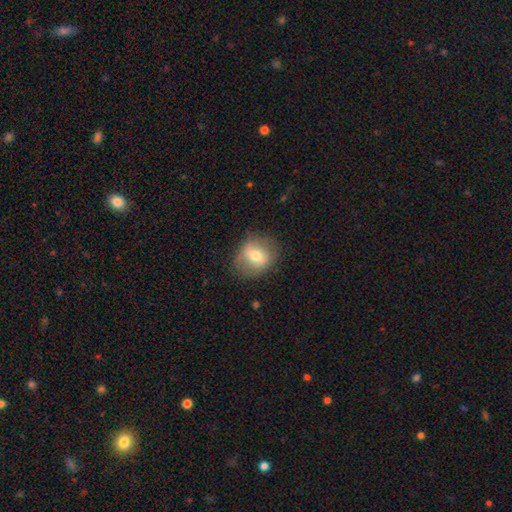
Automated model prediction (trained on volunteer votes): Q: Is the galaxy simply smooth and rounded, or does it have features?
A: smooth — 60%.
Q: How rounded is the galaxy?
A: round — 64%.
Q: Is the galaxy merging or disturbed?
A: none — 73%.